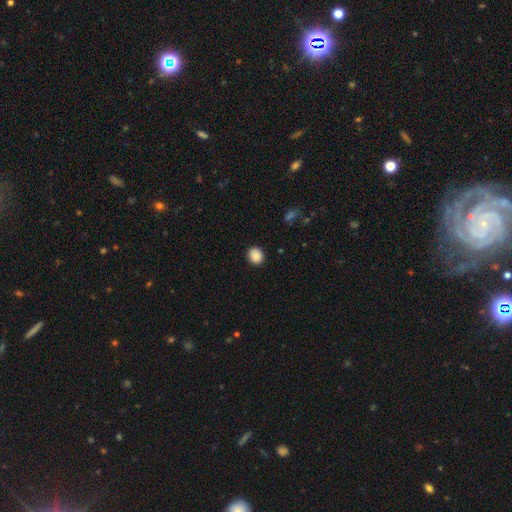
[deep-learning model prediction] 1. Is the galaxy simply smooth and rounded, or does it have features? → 88% smooth, 9% star or artifact, 3% featured or disk.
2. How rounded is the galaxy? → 82% round, 17% in between, 1% cigar-shaped.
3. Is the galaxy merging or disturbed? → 89% none, 8% minor disturbance, 2% major disturbance, 1% merger.